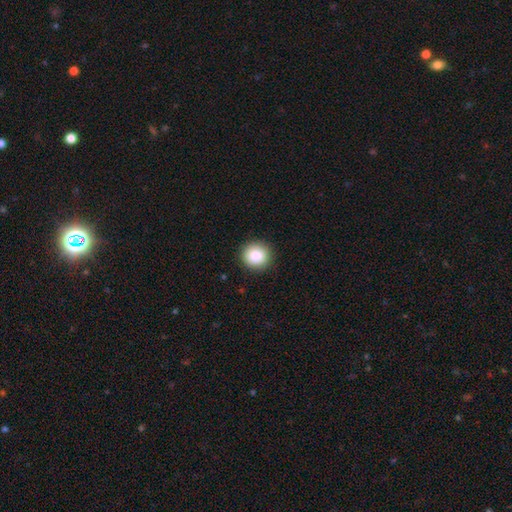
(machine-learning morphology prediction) Overall: smooth (87%). How rounded: round (92%). Merging: none (91%).